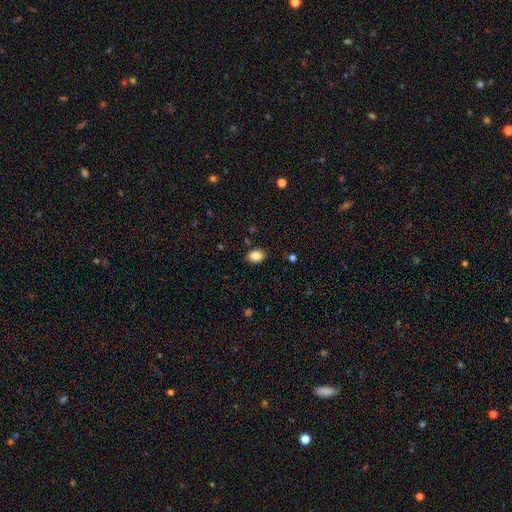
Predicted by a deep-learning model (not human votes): The model was most divided on "how rounded": in between: 78%, round: 21%, cigar-shaped: 1%. More confident: merging — none (86%); smooth or featured — smooth (86%).